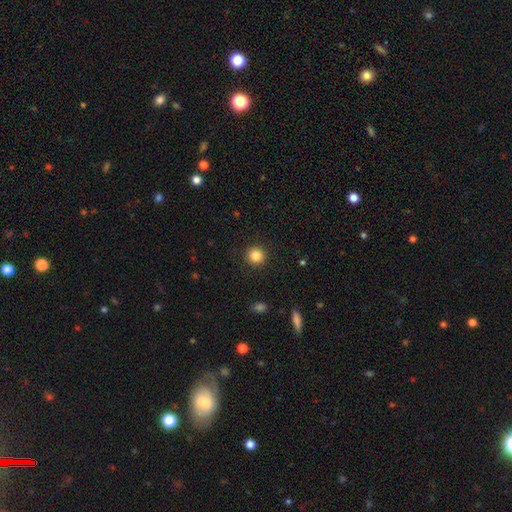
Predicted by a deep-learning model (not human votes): A smooth galaxy with no disk features (86%) that is round (94%). Merging: none (92%).